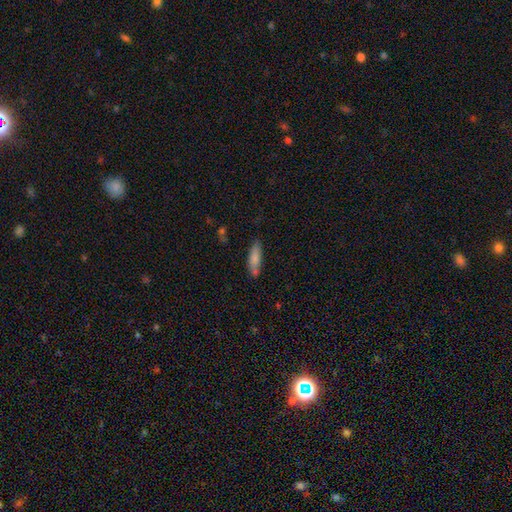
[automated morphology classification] Smooth or featured? Predicted: smooth (p=0.68). How rounded? Predicted: cigar-shaped (p=0.64). Merging? Predicted: none (p=0.75).